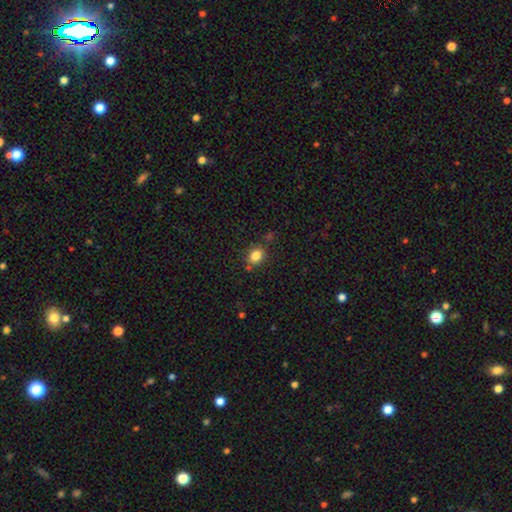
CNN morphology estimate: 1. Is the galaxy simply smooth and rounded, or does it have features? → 83% smooth, 11% star or artifact, 6% featured or disk.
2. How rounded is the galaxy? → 58% in between, 40% round, 1% cigar-shaped.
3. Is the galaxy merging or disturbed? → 76% none, 13% minor disturbance, 7% merger, 4% major disturbance.